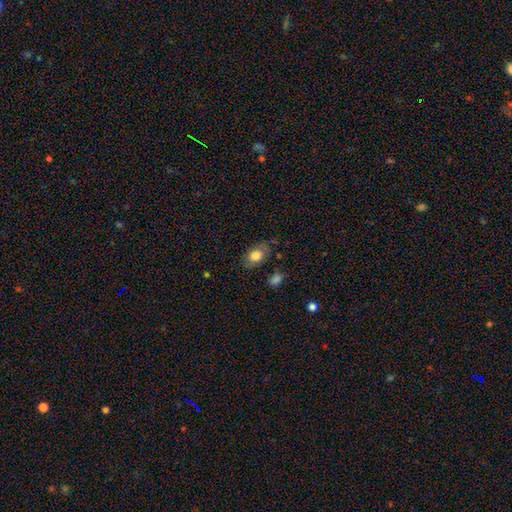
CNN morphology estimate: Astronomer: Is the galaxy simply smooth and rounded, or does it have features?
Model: smooth — 76%.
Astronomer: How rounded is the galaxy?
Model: in between — 87%.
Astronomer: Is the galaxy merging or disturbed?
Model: none — 71%.